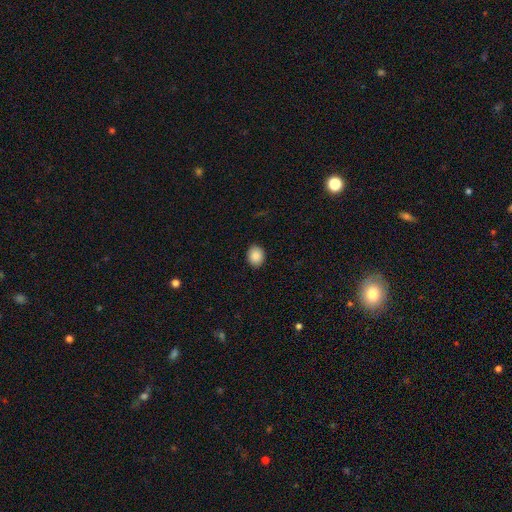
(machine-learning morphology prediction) This appears to be a smooth galaxy with no disk features (89%) that is in between round and cigar-shaped (50%). Merging: none (90%).